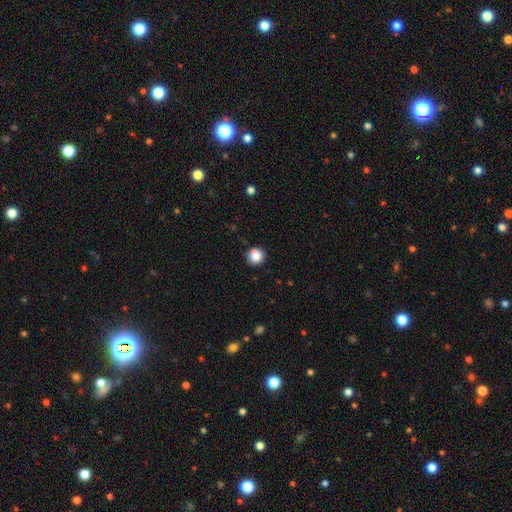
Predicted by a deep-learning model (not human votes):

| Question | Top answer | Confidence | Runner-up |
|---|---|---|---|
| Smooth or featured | smooth | 86% | star or artifact (10%) |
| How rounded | round | 93% | in between (6%) |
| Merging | none | 86% | minor disturbance (10%) |